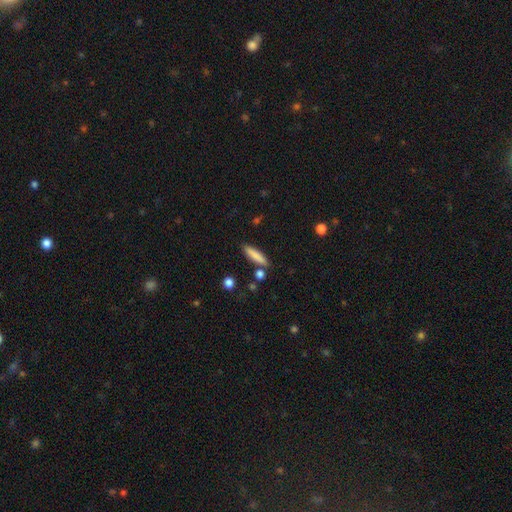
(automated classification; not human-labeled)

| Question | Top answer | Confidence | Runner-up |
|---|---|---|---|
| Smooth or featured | smooth | 82% | featured or disk (11%) |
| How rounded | cigar-shaped | 78% | in between (20%) |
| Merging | none | 81% | minor disturbance (10%) |